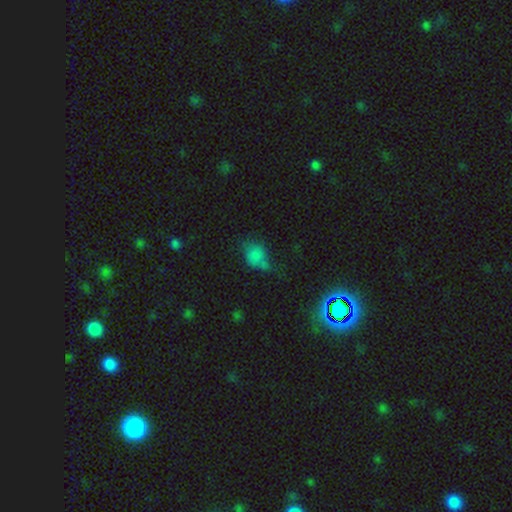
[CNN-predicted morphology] Overall: smooth (69%). How rounded: in between (65%; round 33%). Merging: none (34%; minor disturbance 33%).